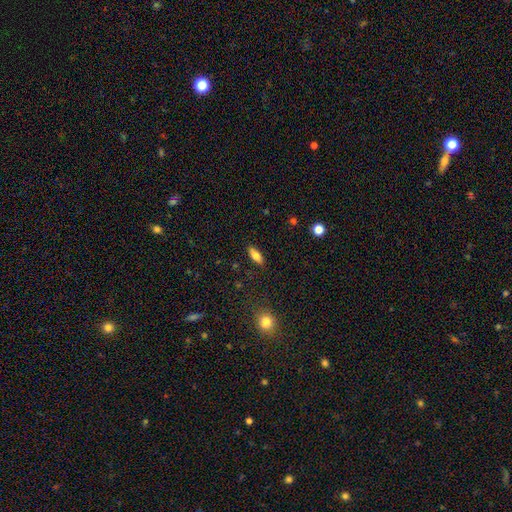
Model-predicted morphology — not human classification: Q: Smooth or featured?
A: smooth (74%); runner-up: featured or disk (18%)
Q: How rounded?
A: in between (73%); runner-up: cigar-shaped (24%)
Q: Merging?
A: none (86%); runner-up: minor disturbance (10%)